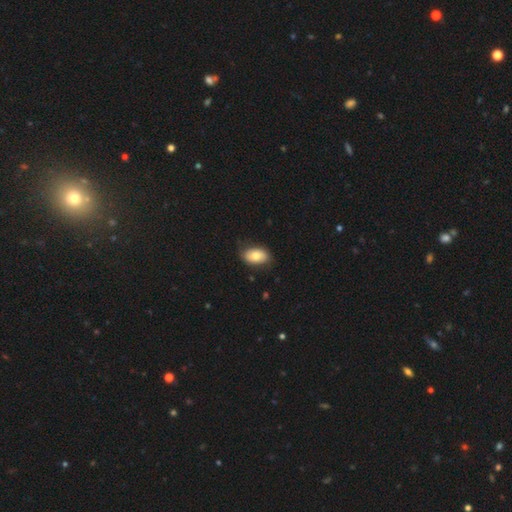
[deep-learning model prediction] Morphology: type=smooth (72%); roundness=in between (90%); merging=none (77%).